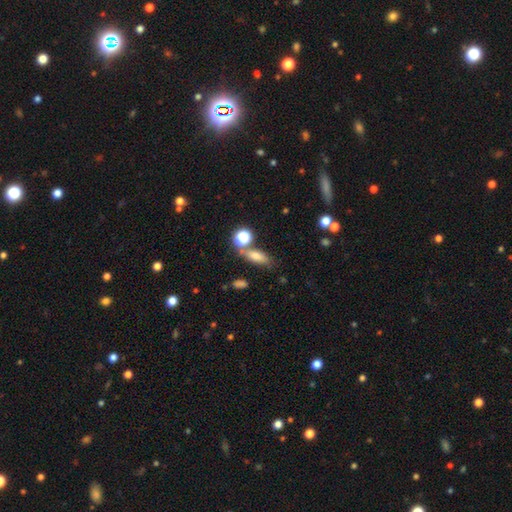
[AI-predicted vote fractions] Smooth or featured?
  - smooth: 72% *
  - star or artifact: 14%
  - featured or disk: 14%
How rounded?
  - in between: 62% *
  - cigar-shaped: 25%
  - round: 14%
Merging?
  - none: 61% *
  - merger: 19%
  - minor disturbance: 14%
  - major disturbance: 6%